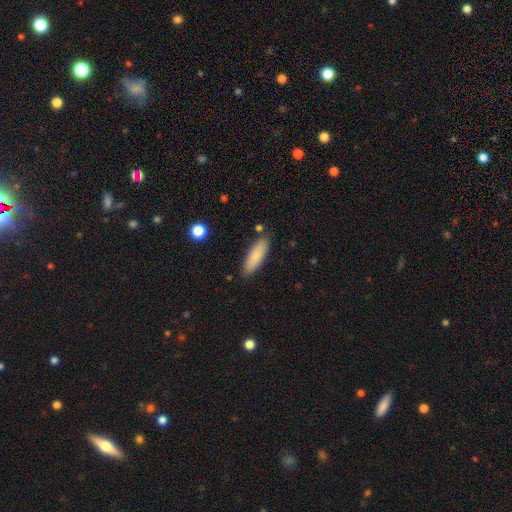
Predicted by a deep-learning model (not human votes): A smooth galaxy with no disk features (85%) that is cigar-shaped (54%).

Vote fractions:
- Smooth or featured? smooth: 85% / featured or disk: 9% / star or artifact: 6%
- How rounded? cigar-shaped: 54% / in between: 45% / round: 1%
- Merging? none: 84% / minor disturbance: 11% / merger: 3% / major disturbance: 2%